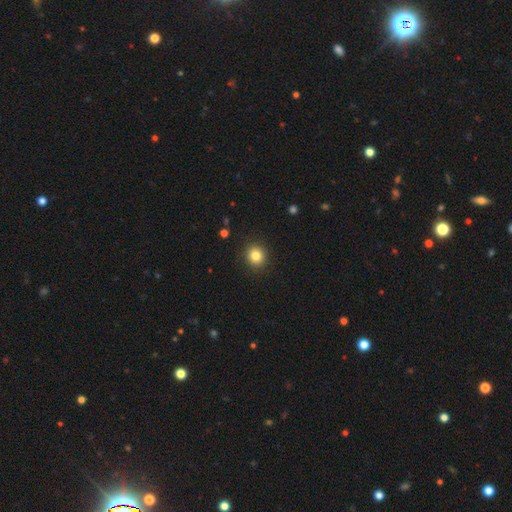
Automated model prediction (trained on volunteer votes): Q: Smooth or featured?
A: smooth (83%); runner-up: star or artifact (11%)
Q: How rounded?
A: round (88%); runner-up: in between (11%)
Q: Merging?
A: none (91%); runner-up: minor disturbance (6%)